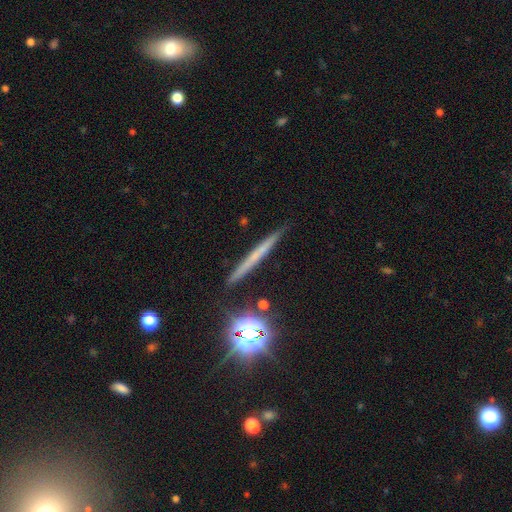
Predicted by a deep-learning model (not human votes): smooth_or_featured: smooth (p=0.43) [alt: featured or disk p=0.42]
merging: none (p=0.90) [alt: minor disturbance p=0.07]